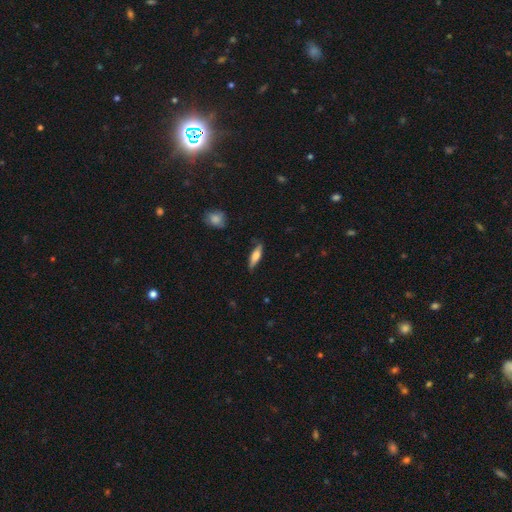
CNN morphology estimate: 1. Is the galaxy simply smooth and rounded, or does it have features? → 66% smooth, 28% featured or disk, 6% star or artifact.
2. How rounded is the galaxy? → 55% cigar-shaped, 43% in between, 2% round.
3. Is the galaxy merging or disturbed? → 76% none, 18% minor disturbance, 3% major disturbance, 2% merger.